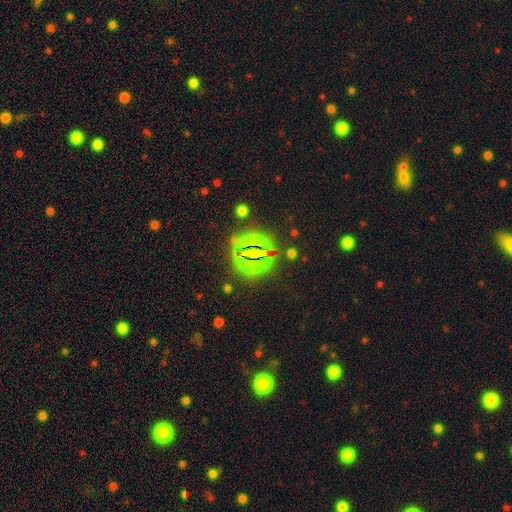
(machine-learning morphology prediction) Q: Smooth or featured?
A: star or artifact (75%); runner-up: smooth (17%)